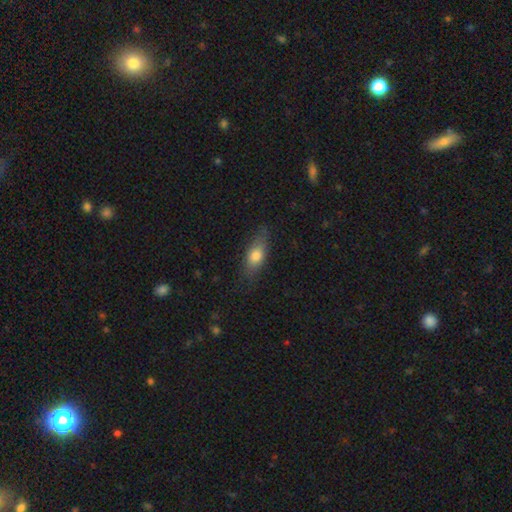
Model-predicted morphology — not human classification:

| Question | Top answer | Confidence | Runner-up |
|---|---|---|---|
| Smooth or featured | smooth | 74% | featured or disk (18%) |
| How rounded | in between | 76% | cigar-shaped (19%) |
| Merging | none | 76% | minor disturbance (18%) |